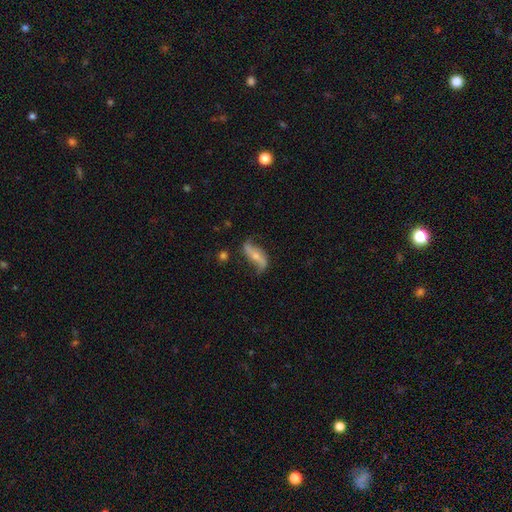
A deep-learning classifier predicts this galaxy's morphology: Smooth or featured? featured or disk (73%)
Edge-on disk? no (86%)
Bar? strong (39%)
Spiral arms? yes (89%)
Spiral winding? loose (86%)
Spiral arm count? 2 (91%)
Bulge size? small (50%)
Merging? none (66%)